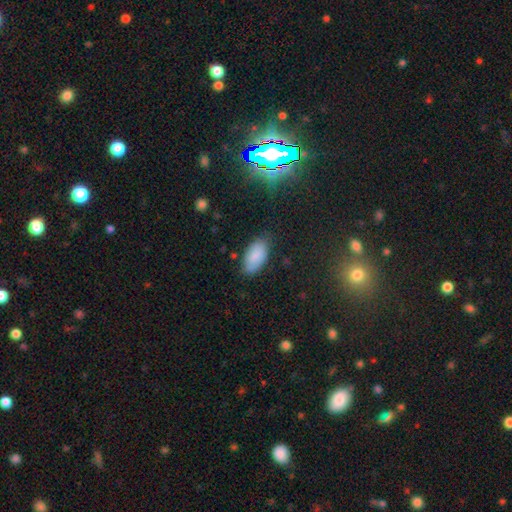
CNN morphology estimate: Smooth or featured?
  - smooth: 83% *
  - featured or disk: 9%
  - star or artifact: 8%
How rounded?
  - in between: 95% *
  - round: 3%
  - cigar-shaped: 3%
Merging?
  - none: 76% *
  - minor disturbance: 18%
  - major disturbance: 4%
  - merger: 2%